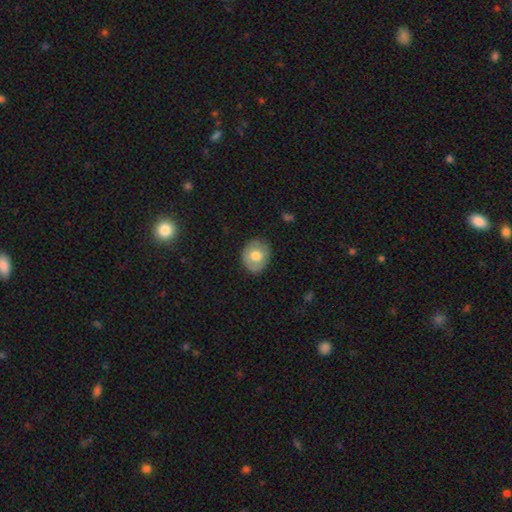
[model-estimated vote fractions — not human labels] smooth_or_featured: smooth (p=0.66) [alt: featured or disk p=0.26]
how_rounded: round (p=0.63) [alt: in between p=0.36]
merging: none (p=0.81) [alt: minor disturbance p=0.14]